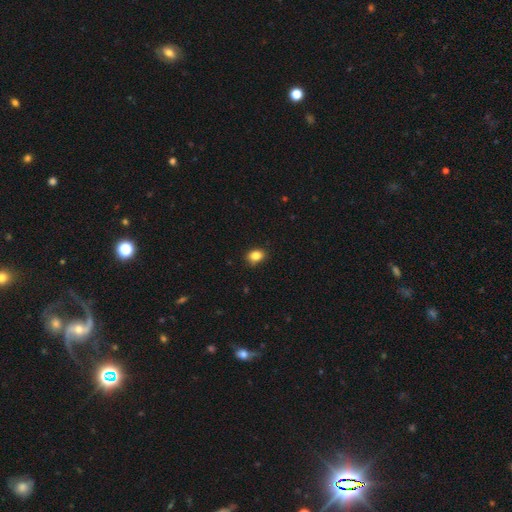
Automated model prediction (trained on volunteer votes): Morphology: type=smooth (85%); roundness=in between (62%); merging=none (85%).